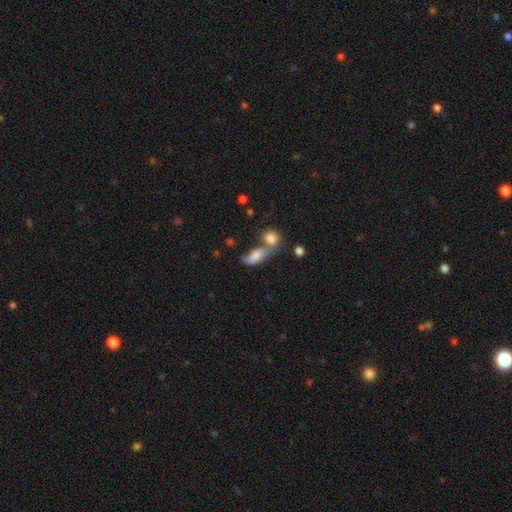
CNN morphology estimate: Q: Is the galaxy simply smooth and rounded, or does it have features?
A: smooth — 74%.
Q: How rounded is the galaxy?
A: in between — 79%.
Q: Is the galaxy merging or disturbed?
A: merger — 49%.